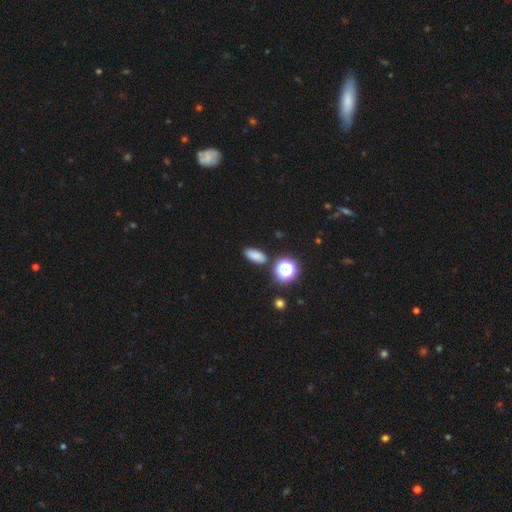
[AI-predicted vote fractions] smooth-or-featured: smooth: 76% | star or artifact: 17% | featured or disk: 7%
  how-rounded: in between: 83% | round: 10% | cigar-shaped: 7%
  merging: none: 83% | minor disturbance: 11% | merger: 4% | major disturbance: 3%